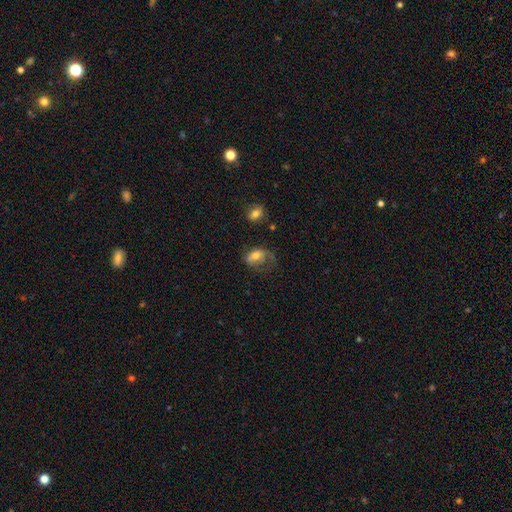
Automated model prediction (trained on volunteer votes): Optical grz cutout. It shows a smooth galaxy with no disk features (63%) that is in between round and cigar-shaped (77%). Merging: none (34%, tied with major disturbance).